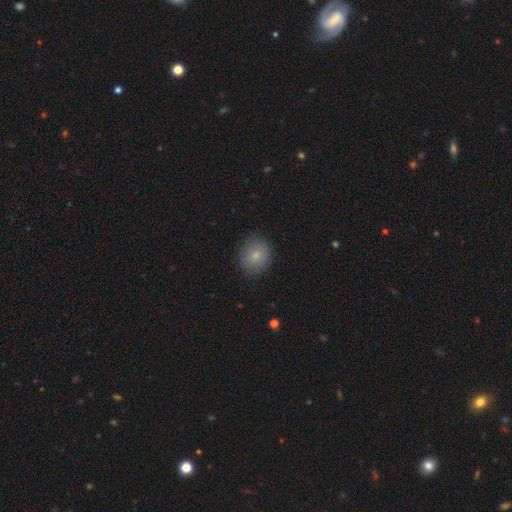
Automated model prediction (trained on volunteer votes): Q: Smooth or featured?
A: smooth (81%); runner-up: featured or disk (11%)
Q: How rounded?
A: round (64%); runner-up: in between (35%)
Q: Merging?
A: none (85%); runner-up: minor disturbance (11%)